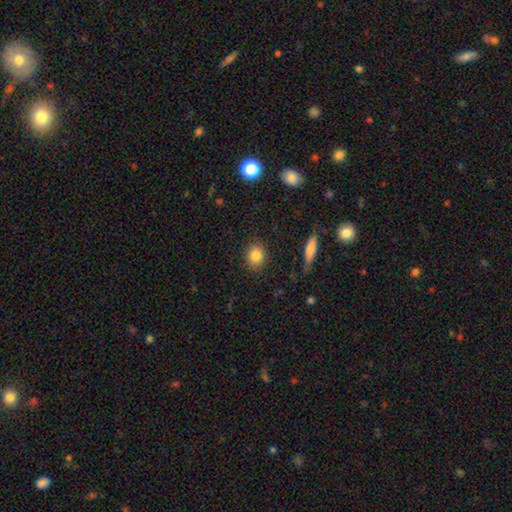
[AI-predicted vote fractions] Smooth or featured? smooth (85%)
How rounded? round (67%)
Merging? none (88%)